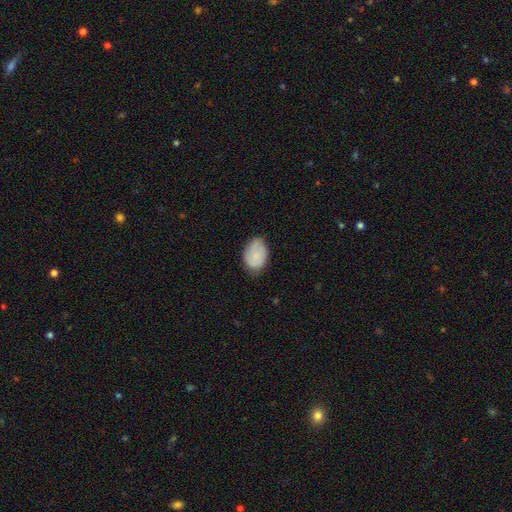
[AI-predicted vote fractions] A smooth galaxy with no disk features (75%) that is in between round and cigar-shaped (76%). Merging: none (57%).